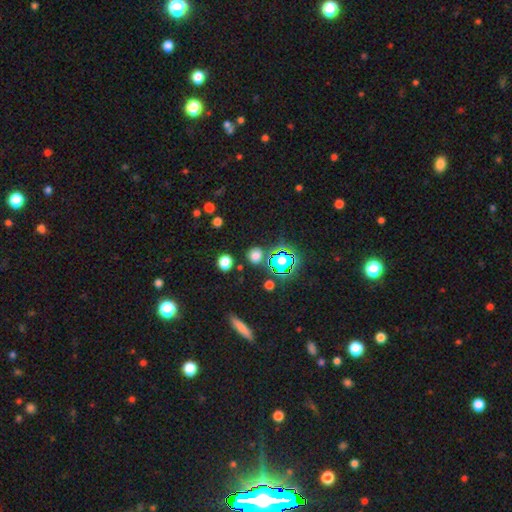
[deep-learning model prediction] Morphology: type=smooth (62%); roundness=round (86%); merging=none (82%).